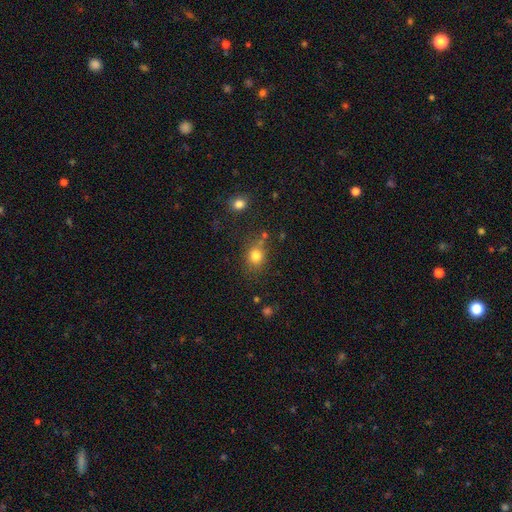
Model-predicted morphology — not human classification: Smooth or featured: smooth — 80% (star or artifact — 13%)
How rounded: round — 70% (in between — 29%)
Merging: none — 73% (minor disturbance — 14%)